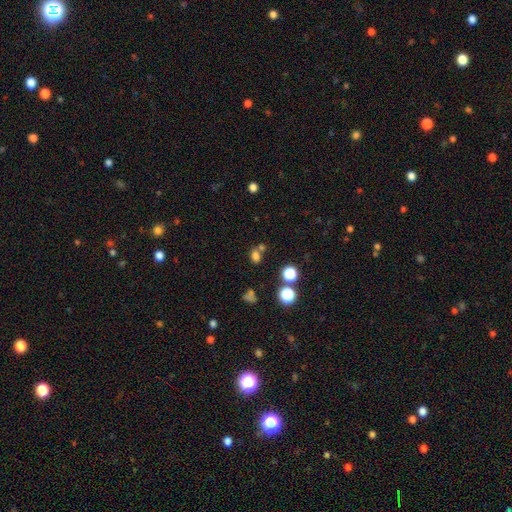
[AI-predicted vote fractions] This is likely a smooth galaxy (68%). How rounded: possibly in between (51%). Merging: possibly none (56%).